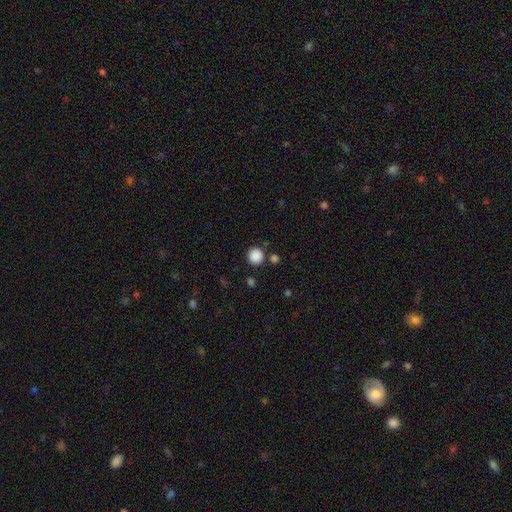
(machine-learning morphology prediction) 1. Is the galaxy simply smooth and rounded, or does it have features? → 87% smooth, 10% star or artifact, 3% featured or disk.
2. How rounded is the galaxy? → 93% round, 6% in between, 1% cigar-shaped.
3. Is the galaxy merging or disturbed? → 85% none, 7% minor disturbance, 6% merger, 3% major disturbance.